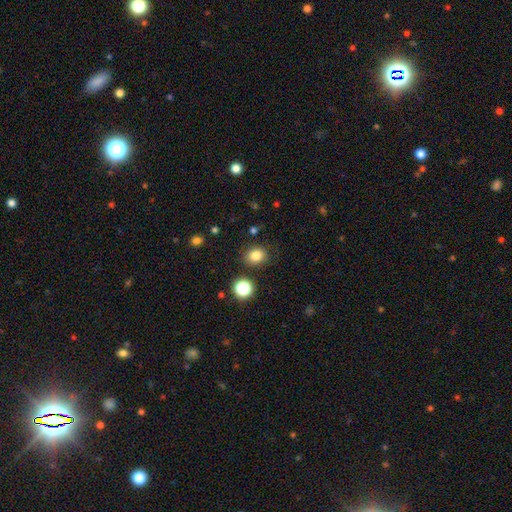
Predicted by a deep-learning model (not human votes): Morphology: type=smooth (82%); roundness=round (62%); merging=none (84%).